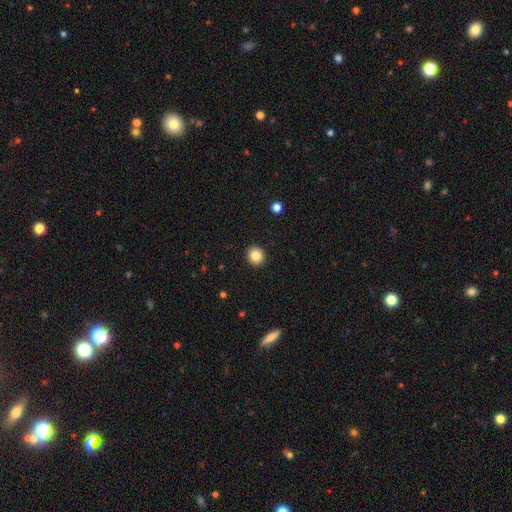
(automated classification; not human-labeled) Morphology: type=smooth (83%); roundness=round (90%); merging=none (93%).